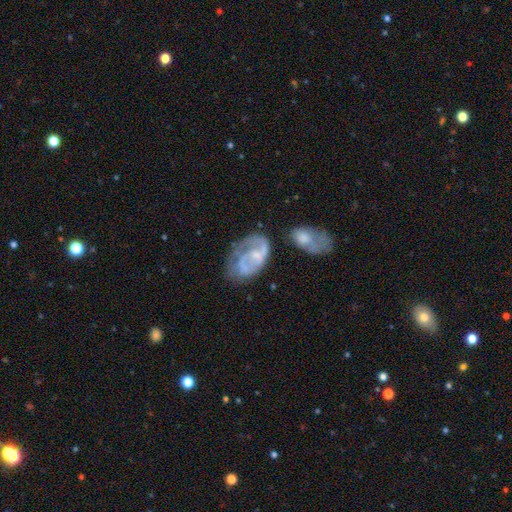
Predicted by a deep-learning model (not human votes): The model was most divided on "spiral winding": medium: 44%, tight: 29%, loose: 28%. Remaining: edge-on disk — no (97%); spiral arms — yes (82%); smooth or featured — featured or disk (72%); bar — no (57%); spiral arm count — 2 (55%); bulge size — small (53%); merging — none (42%).